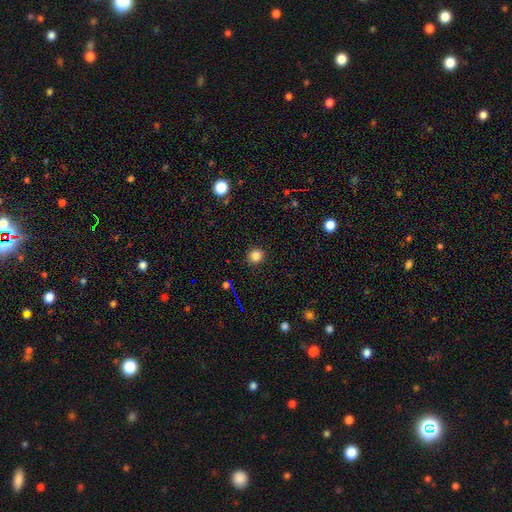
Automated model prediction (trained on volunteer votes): Smooth or featured: smooth — 82% (star or artifact — 14%)
How rounded: round — 91% (in between — 8%)
Merging: none — 91% (minor disturbance — 6%)